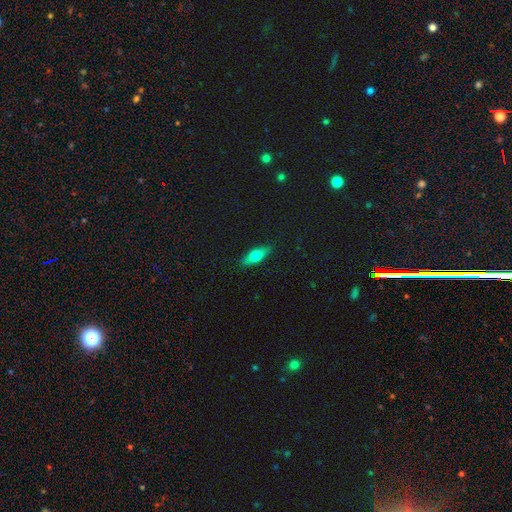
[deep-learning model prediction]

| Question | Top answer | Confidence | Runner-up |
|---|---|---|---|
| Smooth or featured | smooth | 69% | featured or disk (24%) |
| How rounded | in between | 68% | cigar-shaped (29%) |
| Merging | none | 87% | minor disturbance (10%) |